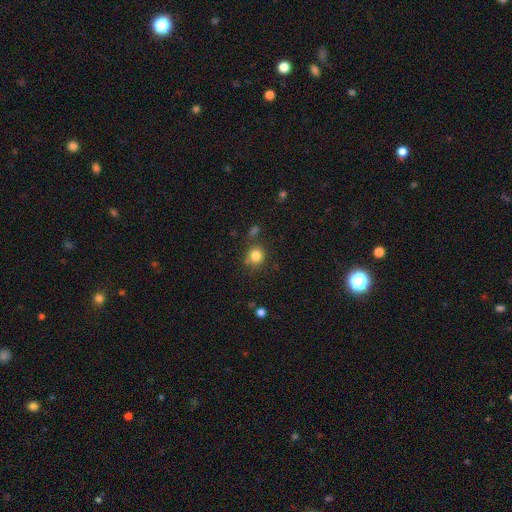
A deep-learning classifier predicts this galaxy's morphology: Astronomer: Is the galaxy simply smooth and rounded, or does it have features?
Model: smooth — 83%.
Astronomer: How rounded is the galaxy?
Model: round — 87%.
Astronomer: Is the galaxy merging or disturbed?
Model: none — 75%.